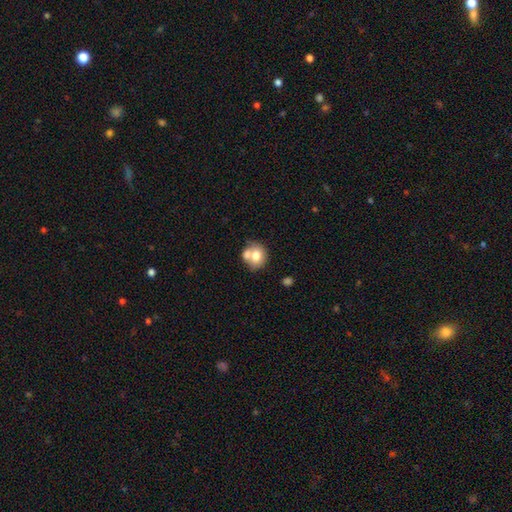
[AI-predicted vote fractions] A smooth galaxy with no disk features (71%) that is round (67%).

Vote fractions:
- Smooth or featured? smooth: 71% / featured or disk: 20% / star or artifact: 9%
- How rounded? round: 67% / in between: 33% / cigar-shaped: 1%
- Merging? merger: 43% / none: 42% / minor disturbance: 11% / major disturbance: 4%